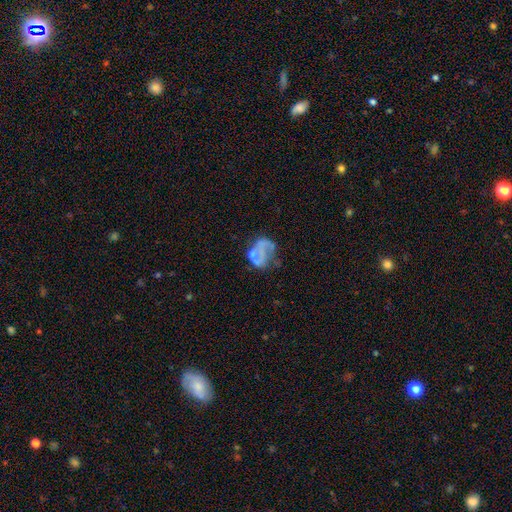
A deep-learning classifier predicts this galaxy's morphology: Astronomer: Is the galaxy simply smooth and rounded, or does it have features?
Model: featured or disk — 61%.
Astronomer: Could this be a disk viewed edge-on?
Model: no — 98%.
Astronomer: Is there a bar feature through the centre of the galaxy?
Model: no — 73%.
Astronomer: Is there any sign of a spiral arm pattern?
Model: no — 53% (runner-up: yes, 47%).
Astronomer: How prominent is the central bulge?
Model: none — 57%.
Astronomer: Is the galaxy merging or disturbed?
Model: major disturbance — 36% (runner-up: none, 29%).